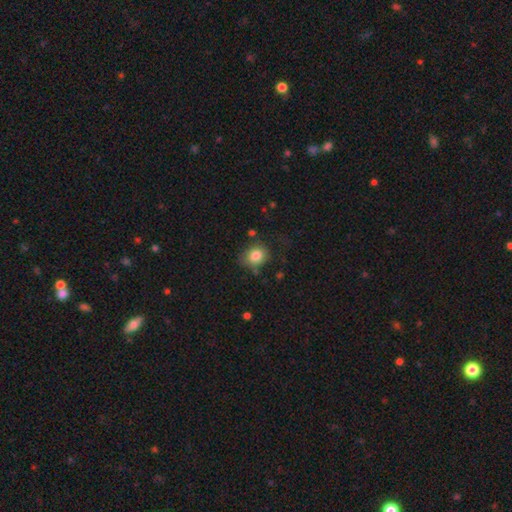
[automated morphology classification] smooth-or-featured: smooth: 83% | star or artifact: 9% | featured or disk: 8%
  how-rounded: round: 61% | in between: 38% | cigar-shaped: 1%
  merging: none: 68% | minor disturbance: 21% | major disturbance: 7% | merger: 4%